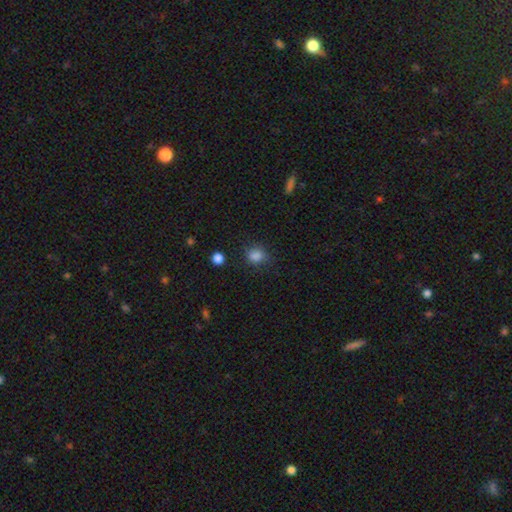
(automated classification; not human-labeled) This is clearly a smooth galaxy (84%). How rounded: likely round (68%). Merging: likely none (74%).